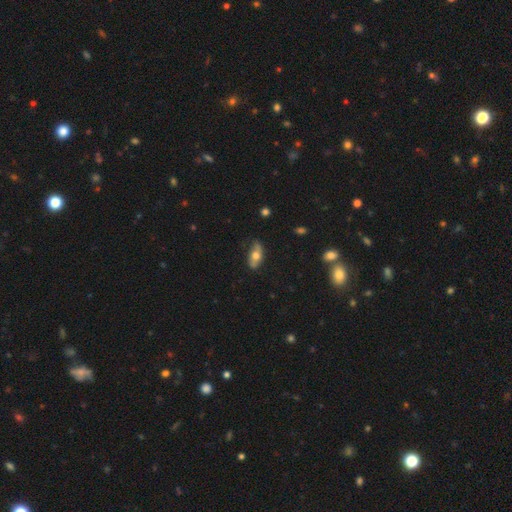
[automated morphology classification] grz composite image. It shows a smooth galaxy with no disk features (50%) that is in between round and cigar-shaped (80%). Merging: none (75%).